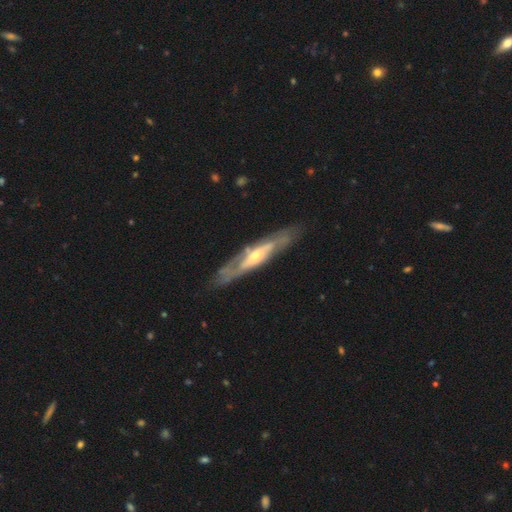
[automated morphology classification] Q: Smooth or featured?
A: featured or disk (80%); runner-up: smooth (15%)
Q: Edge-on disk?
A: no (53%); runner-up: yes (47%)
Q: Merging?
A: none (78%); runner-up: minor disturbance (15%)